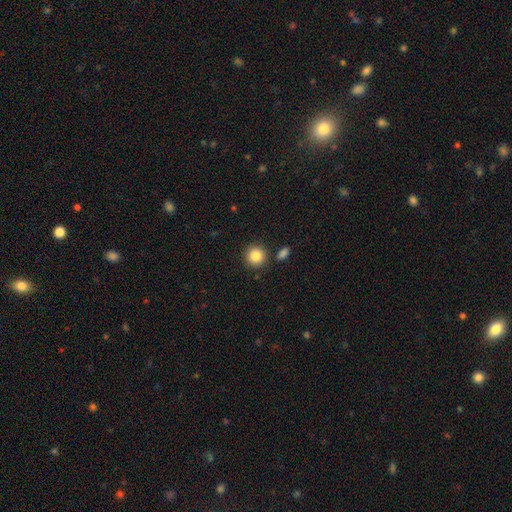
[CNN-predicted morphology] Overall: smooth (86%). How rounded: round (92%). Merging: none (86%).